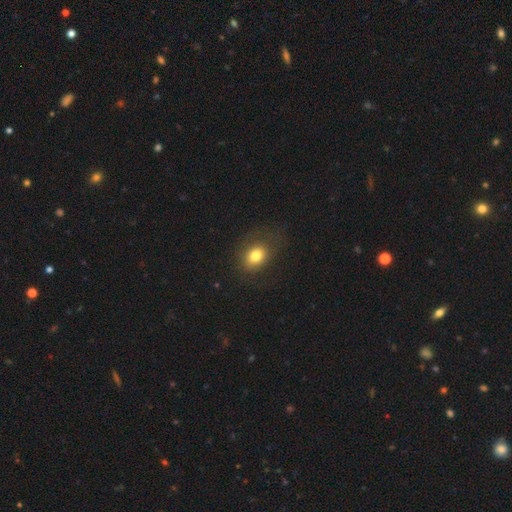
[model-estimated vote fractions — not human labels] Smooth or featured?
  - smooth: 79% *
  - featured or disk: 11%
  - star or artifact: 10%
How rounded?
  - in between: 61% *
  - round: 38%
  - cigar-shaped: 1%
Merging?
  - none: 75% *
  - minor disturbance: 16%
  - major disturbance: 8%
  - merger: 1%